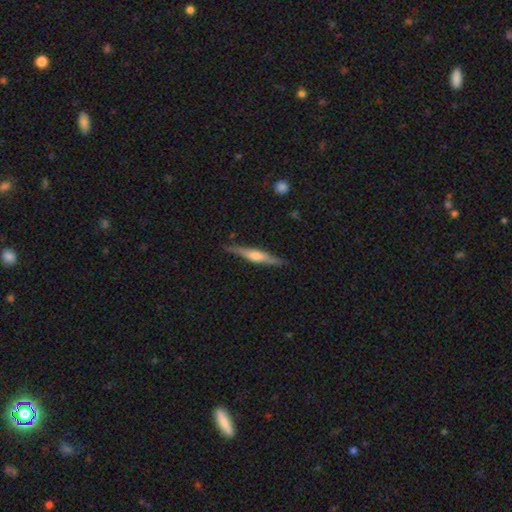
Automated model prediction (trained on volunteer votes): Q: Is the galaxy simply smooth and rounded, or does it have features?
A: featured or disk — 64%.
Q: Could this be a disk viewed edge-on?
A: yes — 97%.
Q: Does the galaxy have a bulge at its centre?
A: rounded — 77%.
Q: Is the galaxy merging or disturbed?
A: none — 87%.